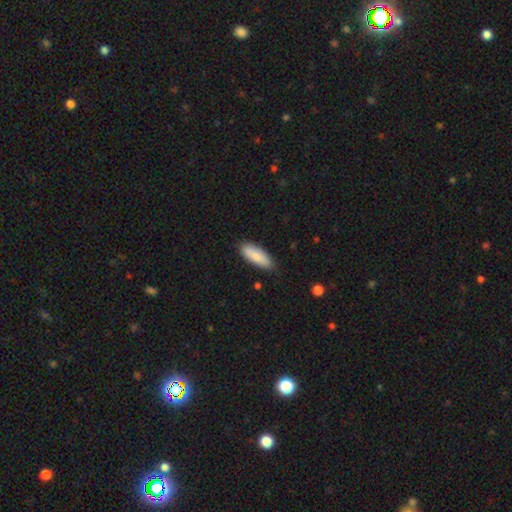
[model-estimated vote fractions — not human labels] Smooth or featured? Predicted: smooth (p=0.86). How rounded? Predicted: in between (p=0.69). Merging? Predicted: none (p=0.83).